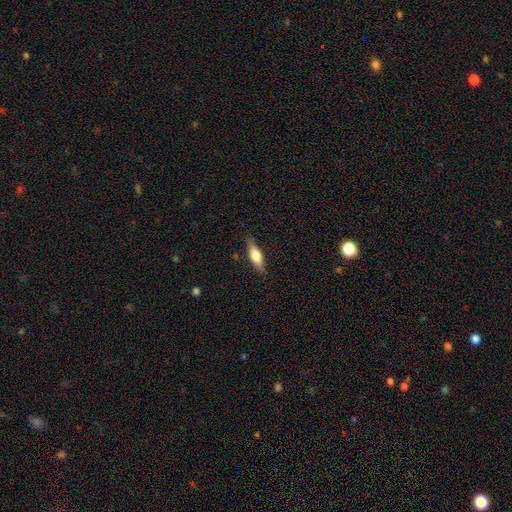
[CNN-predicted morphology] Q: Smooth or featured?
A: smooth (57%); runner-up: featured or disk (36%)
Q: How rounded?
A: cigar-shaped (50%); runner-up: in between (47%)
Q: Merging?
A: none (83%); runner-up: minor disturbance (13%)